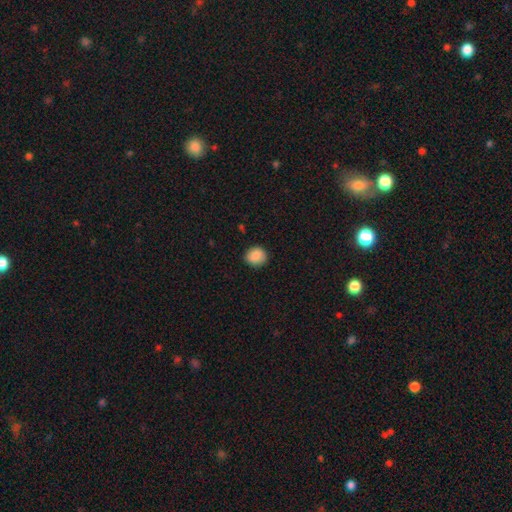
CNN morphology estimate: smooth 87%, star or artifact 8%, featured or disk 5%. Down the decision tree: how rounded — round (76%); merging — none (87%).